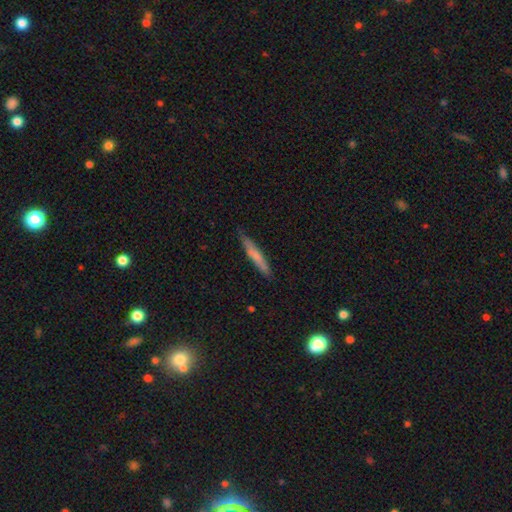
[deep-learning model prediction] This is likely a smooth galaxy (65%). How rounded: clearly cigar-shaped (94%). Merging: clearly none (85%).